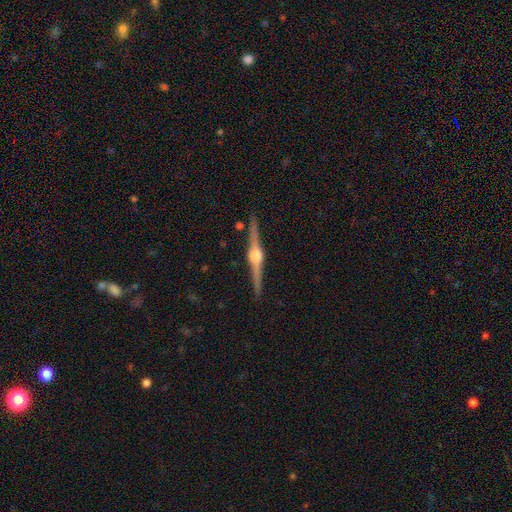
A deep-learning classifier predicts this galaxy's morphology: Smooth or featured? featured or disk (88%)
Edge-on disk? yes (99%)
Edge-on bulge? rounded (92%)
Merging? none (91%)